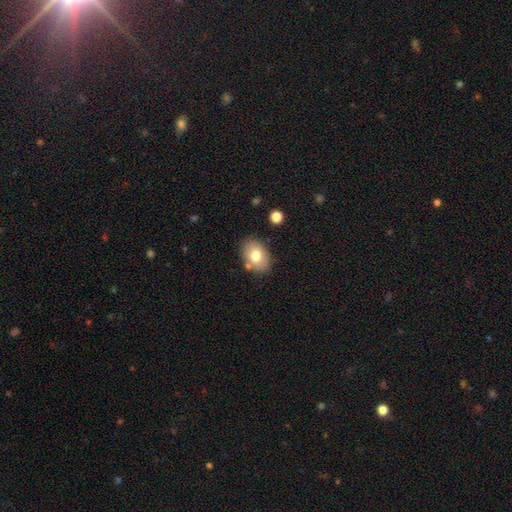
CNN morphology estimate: type=smooth (76%); roundness=in between (79%); merging=none (79%).